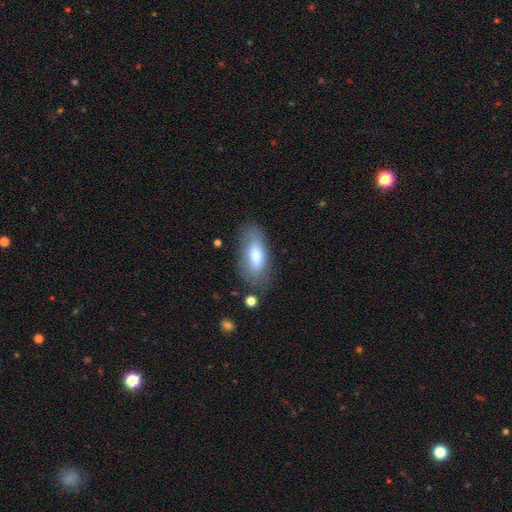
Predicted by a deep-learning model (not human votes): Smooth or featured: smooth — 75% (featured or disk — 18%)
How rounded: in between — 85% (cigar-shaped — 12%)
Merging: none — 75% (minor disturbance — 17%)